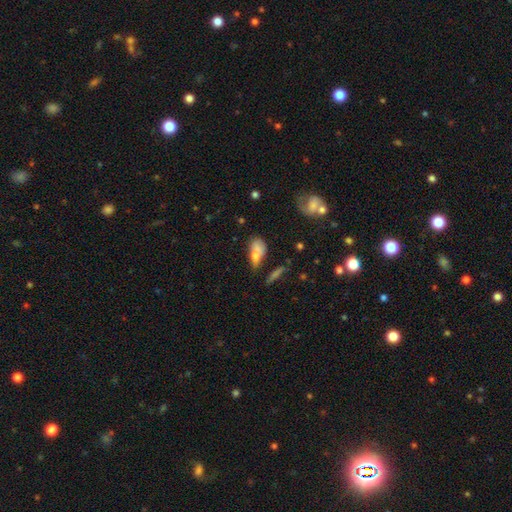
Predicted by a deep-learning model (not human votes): This appears to be a smooth galaxy with no disk features (68%) that is in between round and cigar-shaped (78%). Merging: none (35%).